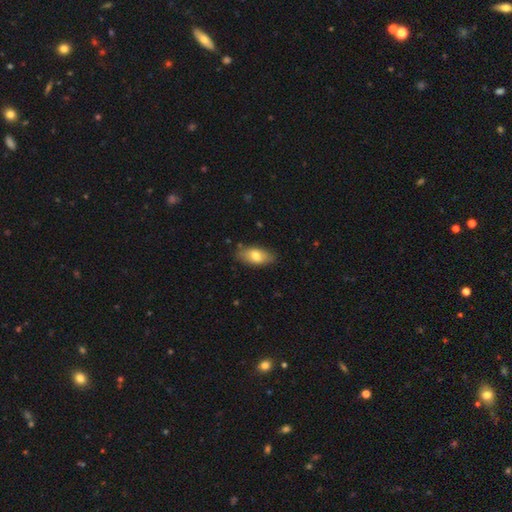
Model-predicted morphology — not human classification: The model was most divided on "smooth or featured": smooth: 74%, featured or disk: 19%, star or artifact: 6%. More confident: how rounded — in between (90%); merging — none (81%).